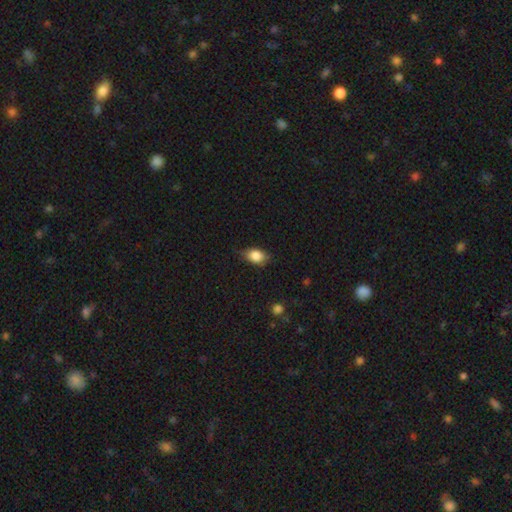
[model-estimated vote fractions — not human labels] smooth-or-featured: smooth: 83% | star or artifact: 8% | featured or disk: 8%
  how-rounded: in between: 78% | round: 19% | cigar-shaped: 2%
  merging: none: 70% | minor disturbance: 25% | major disturbance: 4% | merger: 1%